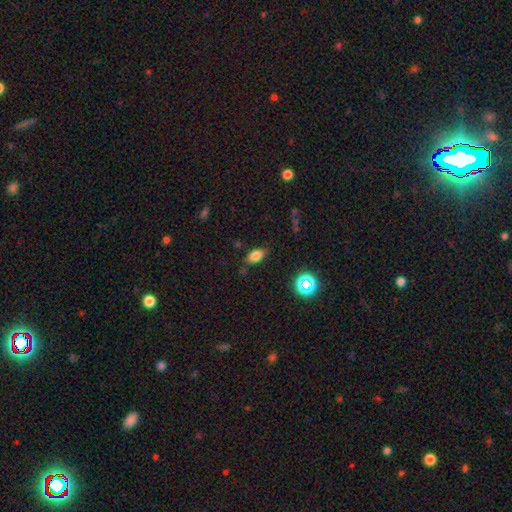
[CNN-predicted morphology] type=smooth (78%); roundness=in between (85%); merging=none (76%).